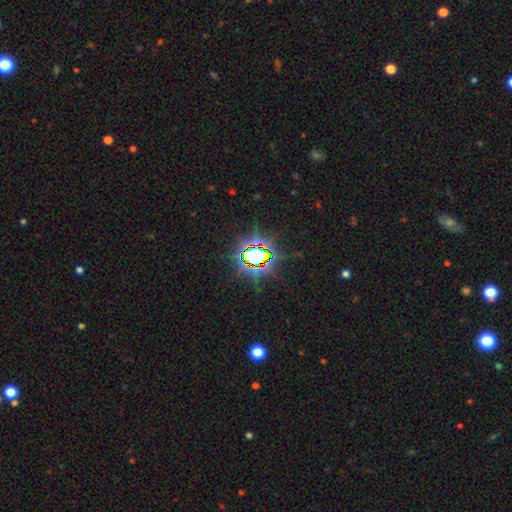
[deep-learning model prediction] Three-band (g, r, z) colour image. It shows a star or artifact, not a galaxy (77%).